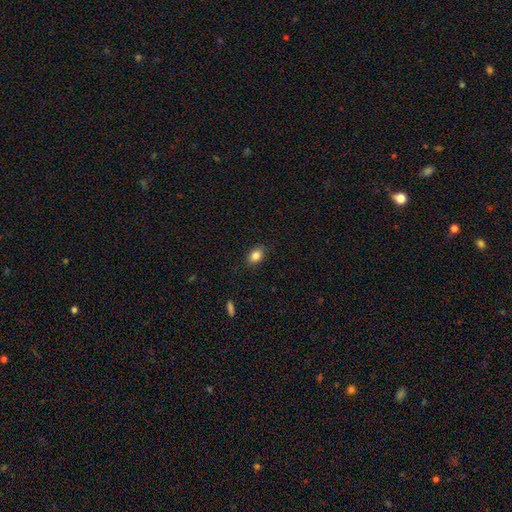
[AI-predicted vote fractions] Smooth or featured? Predicted: smooth (p=0.84). How rounded? Predicted: in between (p=0.72). Merging? Predicted: none (p=0.86).